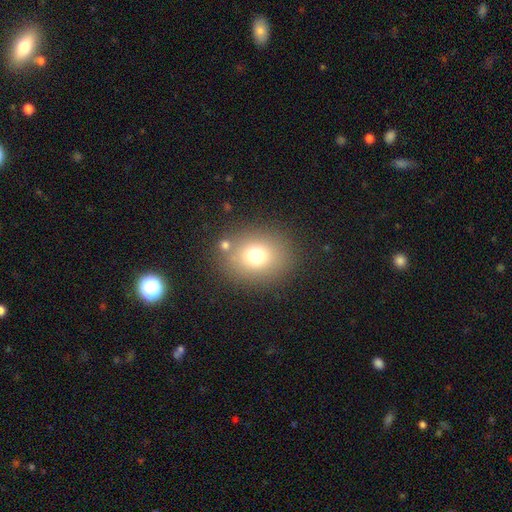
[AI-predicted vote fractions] The model was most divided on "how rounded": round: 63%, in between: 36%, cigar-shaped: 1%. More confident: merging — none (81%); smooth or featured — smooth (73%).